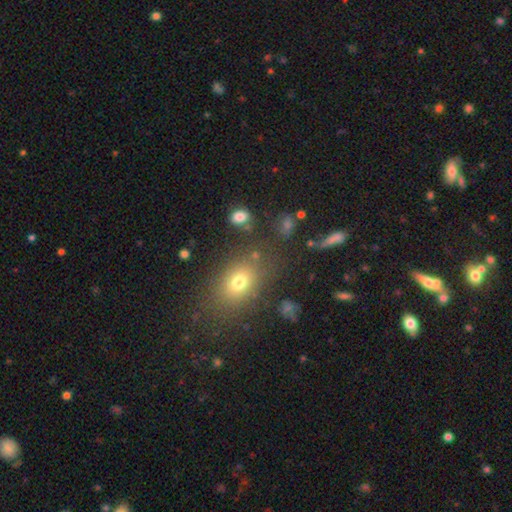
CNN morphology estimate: smooth-or-featured: smooth: 70% | star or artifact: 18% | featured or disk: 12%
  how-rounded: in between: 62% | round: 36% | cigar-shaped: 2%
  merging: none: 77% | minor disturbance: 12% | merger: 6% | major disturbance: 5%